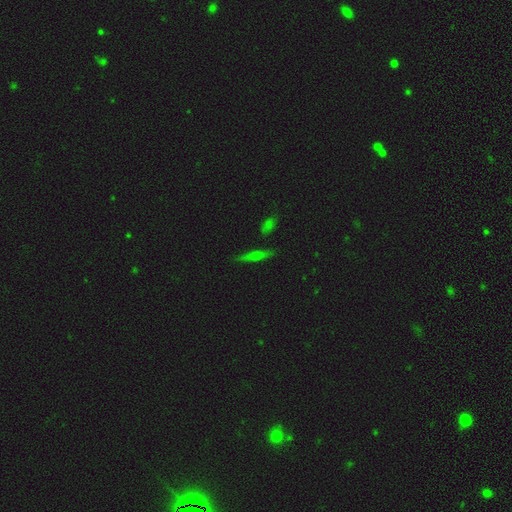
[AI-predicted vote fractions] The model was most divided on "smooth or featured": smooth: 44%, featured or disk: 41%, star or artifact: 15%. More confident: merging — none (84%).